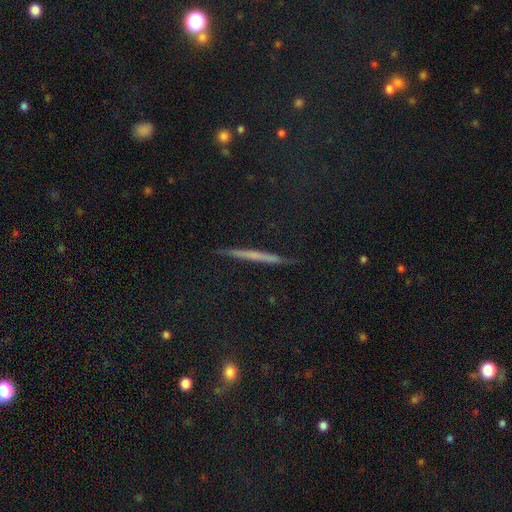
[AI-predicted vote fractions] Smooth or featured: featured or disk — 46% (smooth — 38%)
Merging: none — 89% (minor disturbance — 8%)